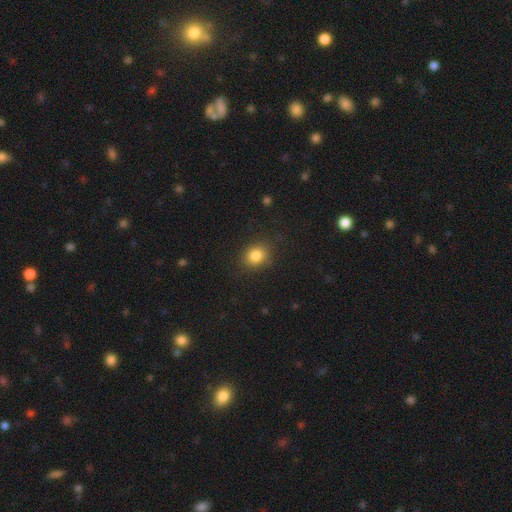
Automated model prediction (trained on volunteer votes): The model was most divided on "how rounded": round: 63%, in between: 36%, cigar-shaped: 1%. More confident: merging — none (85%); smooth or featured — smooth (84%).